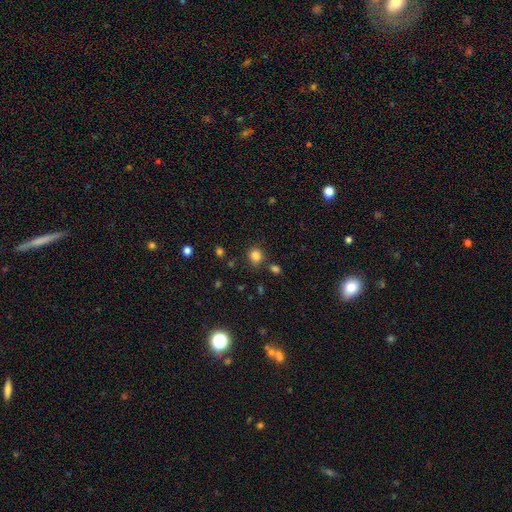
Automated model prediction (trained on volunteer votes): smooth 83%, star or artifact 13%, featured or disk 4%. Down the decision tree: how rounded — round (78%); merging — none (77%).